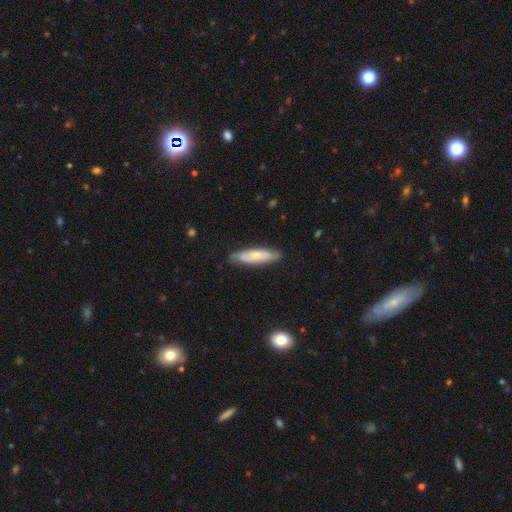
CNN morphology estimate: The model was most divided on "smooth or featured": smooth: 53%, featured or disk: 41%, star or artifact: 5%. More confident: merging — none (79%); how rounded — cigar-shaped (69%).